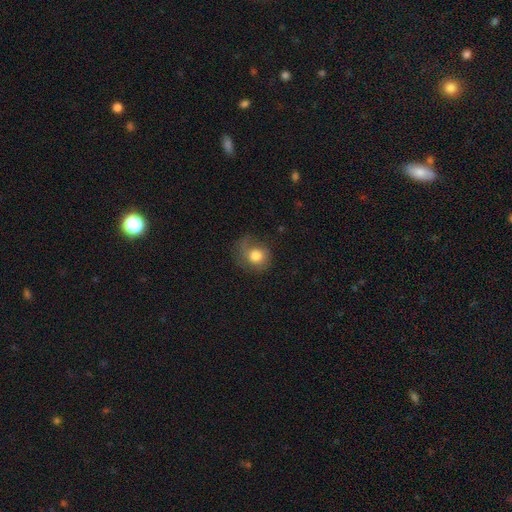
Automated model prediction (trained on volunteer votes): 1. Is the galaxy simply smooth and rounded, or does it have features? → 66% smooth, 25% featured or disk, 9% star or artifact.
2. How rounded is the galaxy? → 70% round, 29% in between, 1% cigar-shaped.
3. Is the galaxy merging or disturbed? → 44% none, 27% major disturbance, 27% minor disturbance, 2% merger.